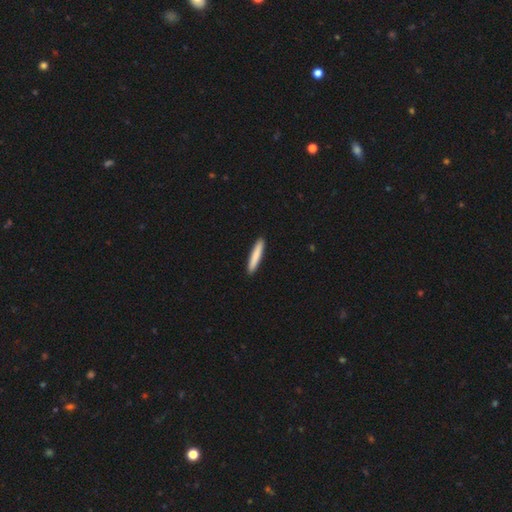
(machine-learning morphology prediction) smooth-or-featured: smooth: 83% | featured or disk: 12% | star or artifact: 5%
  how-rounded: cigar-shaped: 94% | in between: 5% | round: 1%
  merging: none: 93% | minor disturbance: 5% | major disturbance: 1% | merger: 1%